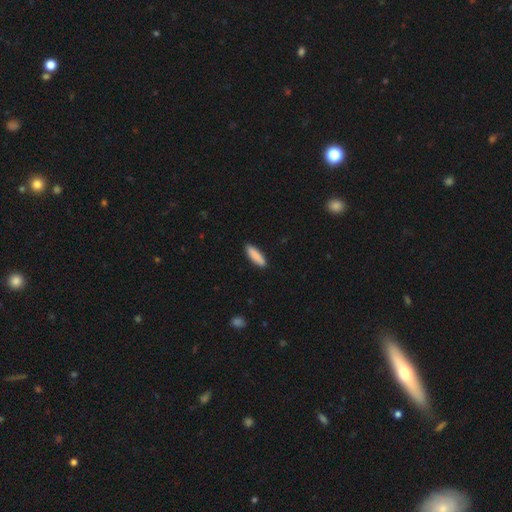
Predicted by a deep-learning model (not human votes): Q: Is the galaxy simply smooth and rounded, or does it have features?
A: smooth — 89%.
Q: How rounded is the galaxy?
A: cigar-shaped — 64%.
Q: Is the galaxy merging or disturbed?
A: none — 90%.